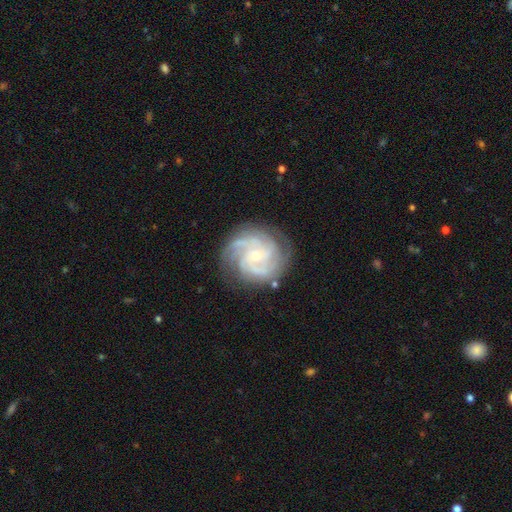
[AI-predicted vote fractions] Q: Smooth or featured?
A: featured or disk (89%); runner-up: smooth (5%)
Q: Edge-on disk?
A: no (98%); runner-up: yes (2%)
Q: Bar?
A: no (67%); runner-up: weak (26%)
Q: Spiral arms?
A: yes (98%); runner-up: no (2%)
Q: Spiral winding?
A: tight (65%); runner-up: medium (31%)
Q: Spiral arm count?
A: 3 (36%); runner-up: 4 (21%)
Q: Bulge size?
A: small (75%); runner-up: moderate (22%)
Q: Merging?
A: none (81%); runner-up: minor disturbance (14%)